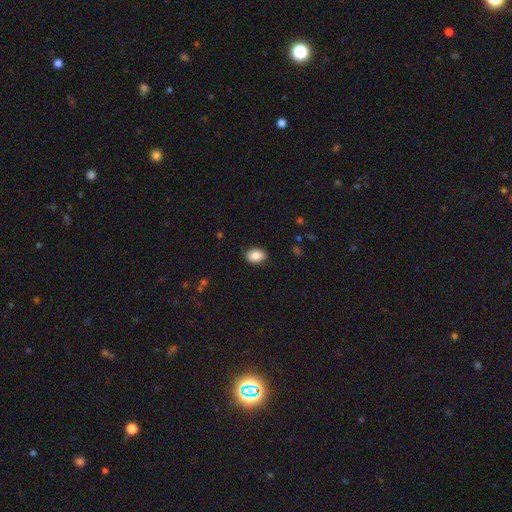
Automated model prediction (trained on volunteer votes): This appears to be a smooth galaxy with no disk features (87%) that is in between round and cigar-shaped (78%). Merging: none (88%).